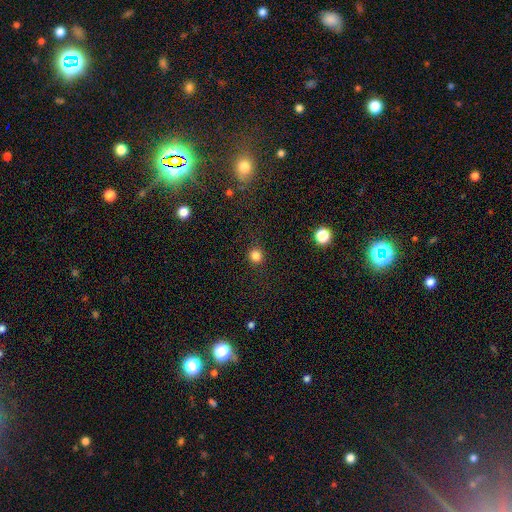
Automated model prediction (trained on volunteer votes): Q: Smooth or featured?
A: smooth (83%); runner-up: star or artifact (13%)
Q: How rounded?
A: round (92%); runner-up: in between (7%)
Q: Merging?
A: none (89%); runner-up: minor disturbance (7%)